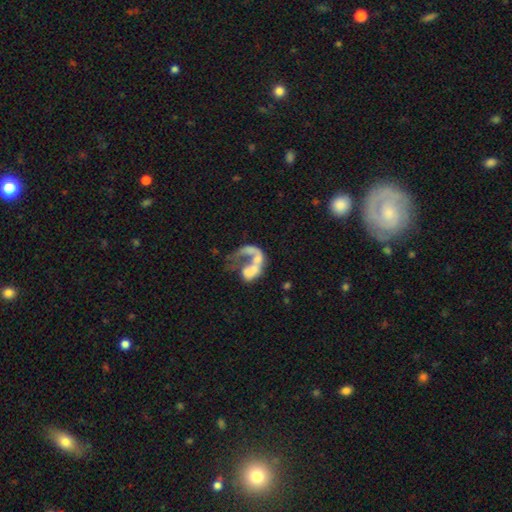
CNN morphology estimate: type=featured or disk (56%); edge-on=no (98%); bar=no (82%); spiral arms=no (65%); bulge=none (56%); merging=merger (44%).